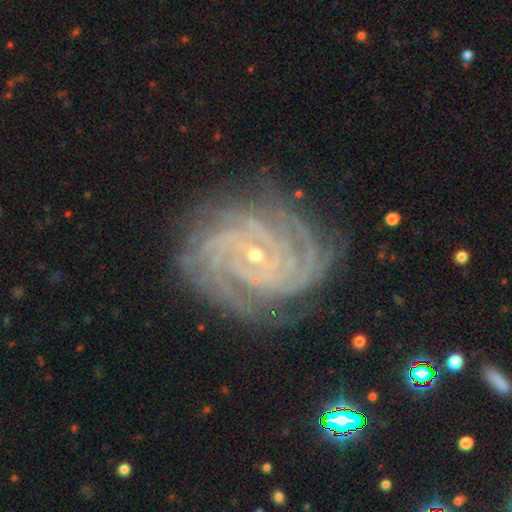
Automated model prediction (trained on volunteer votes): Smooth or featured: featured or disk — 91% (star or artifact — 6%)
Edge-on disk: no — 98% (yes — 2%)
Bar: no — 53% (weak — 30%)
Spiral arms: yes — 99% (no — 1%)
Spiral winding: tight — 82% (medium — 16%)
Spiral arm count: 4 — 25% (more than 4 — 21%)
Bulge size: small — 84% (moderate — 12%)
Merging: none — 81% (minor disturbance — 14%)